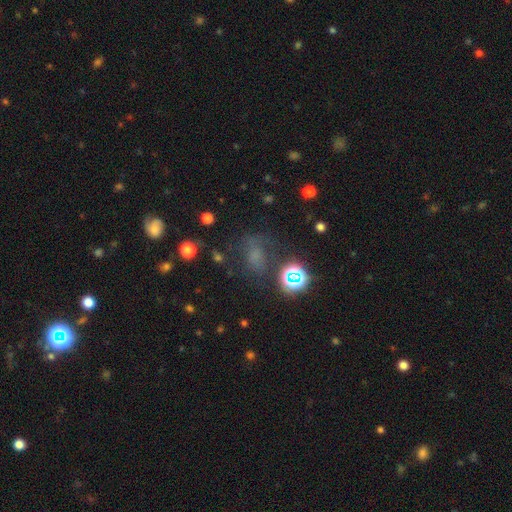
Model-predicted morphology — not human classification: A smooth galaxy with no disk features (50%) that is in between round and cigar-shaped (55%). Merging: none (53%).